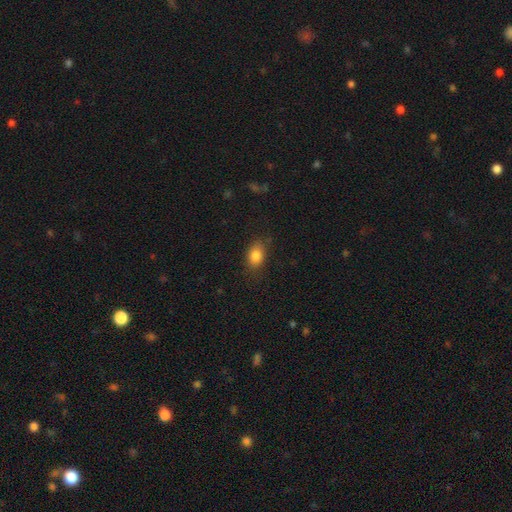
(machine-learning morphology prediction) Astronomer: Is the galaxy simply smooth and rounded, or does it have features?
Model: smooth — 83%.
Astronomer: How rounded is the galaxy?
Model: in between — 79%.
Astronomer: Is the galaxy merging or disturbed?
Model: none — 80%.